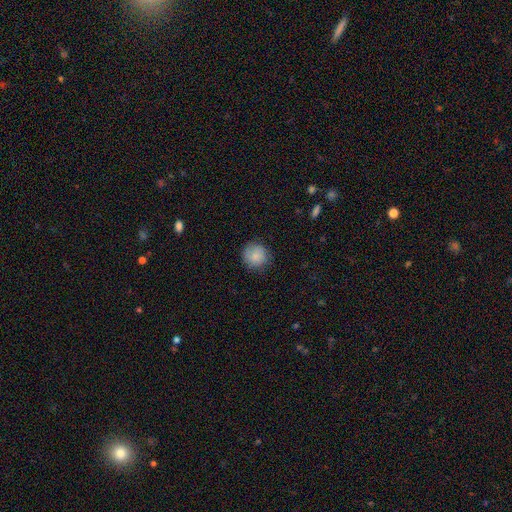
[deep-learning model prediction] Smooth or featured: smooth — 84% (star or artifact — 8%)
How rounded: round — 93% (in between — 6%)
Merging: none — 82% (minor disturbance — 14%)